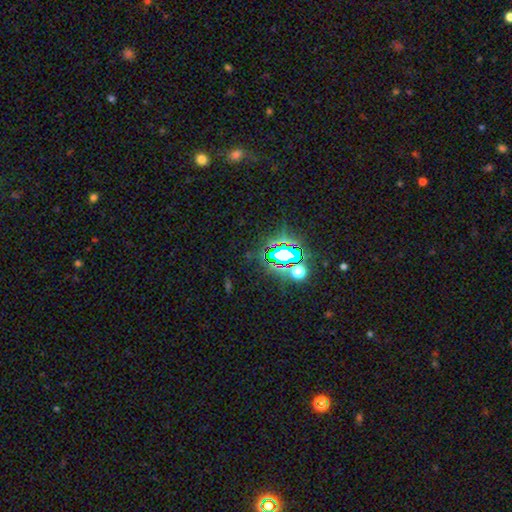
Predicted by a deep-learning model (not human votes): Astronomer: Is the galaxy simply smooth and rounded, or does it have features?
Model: star or artifact — 77%.